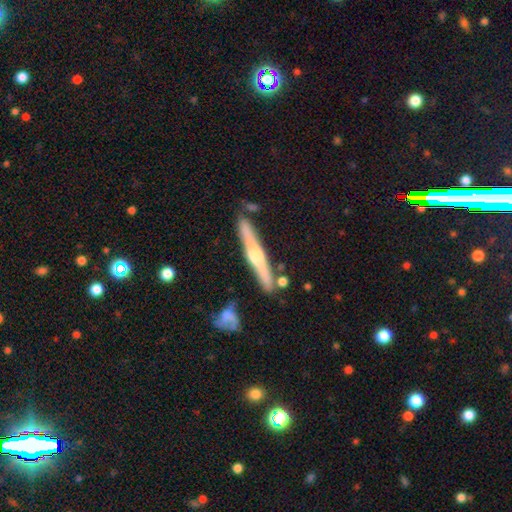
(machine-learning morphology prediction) The model was most divided on "smooth or featured": featured or disk: 65%, smooth: 29%, star or artifact: 6%. More confident: edge-on disk — yes (96%); edge-on bulge — rounded (86%); merging — none (81%).